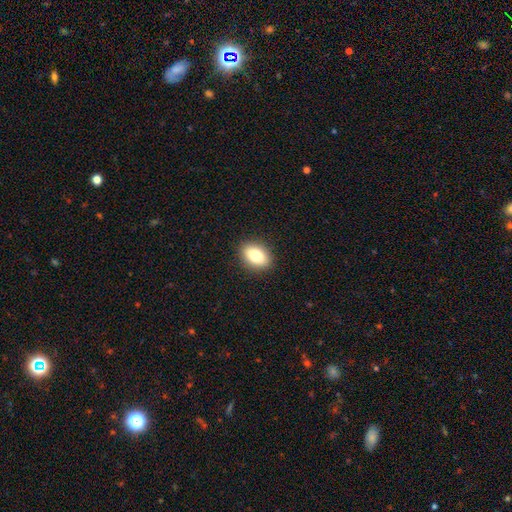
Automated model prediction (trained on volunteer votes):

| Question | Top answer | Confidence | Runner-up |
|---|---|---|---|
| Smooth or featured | smooth | 82% | featured or disk (10%) |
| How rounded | in between | 84% | round (15%) |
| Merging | none | 90% | minor disturbance (7%) |